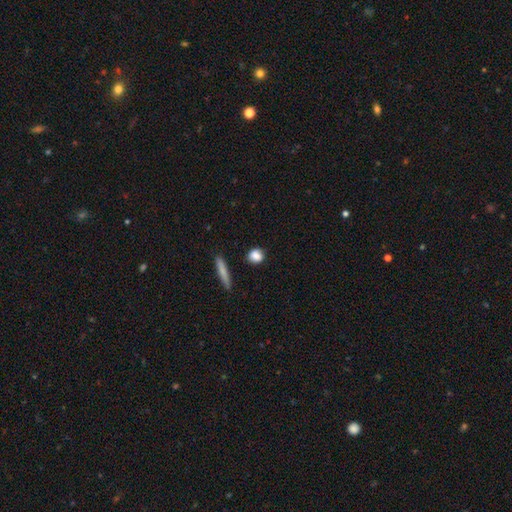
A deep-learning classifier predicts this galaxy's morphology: A smooth galaxy with no disk features (84%) that is round (71%).

Vote fractions:
- Smooth or featured? smooth: 84% / star or artifact: 9% / featured or disk: 7%
- How rounded? round: 71% / in between: 21% / cigar-shaped: 7%
- Merging? none: 85% / minor disturbance: 10% / merger: 3% / major disturbance: 2%